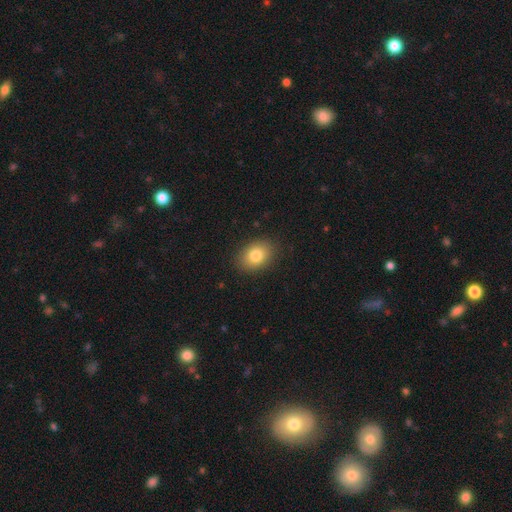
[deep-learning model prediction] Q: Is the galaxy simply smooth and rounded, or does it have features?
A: smooth — 81%.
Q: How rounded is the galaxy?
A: in between — 71%.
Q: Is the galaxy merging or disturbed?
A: none — 88%.